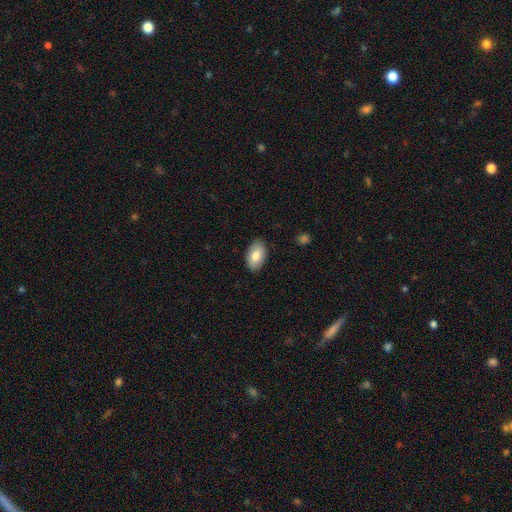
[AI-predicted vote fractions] The model was most divided on "smooth or featured": smooth: 81%, featured or disk: 13%, star or artifact: 6%. More confident: how rounded — in between (94%); merging — none (88%).